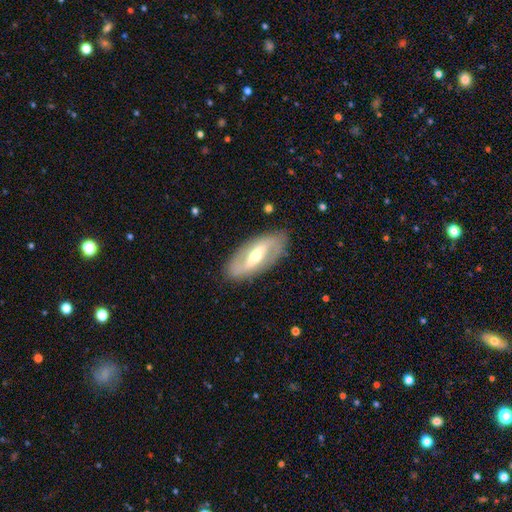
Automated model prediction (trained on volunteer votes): smooth-or-featured: featured or disk: 76% | smooth: 19% | star or artifact: 5%
  disk-edge-on: no: 89% | yes: 11%
    bar: strong: 53% | weak: 32% | no: 15%
    has-spiral-arms: yes: 75% | no: 25%
      spiral-winding: loose: 40% | medium: 38% | tight: 22%
      spiral-arm-count: 2: 87% | can't tell: 8% | 1: 2% | 3: 1% | 4: 1% | more than 4: 1%
    bulge-size: moderate: 62% | small: 30% | large: 6% | none: 1% | dominant: 1%
  merging: none: 85% | minor disturbance: 10% | major disturbance: 3% | merger: 1%